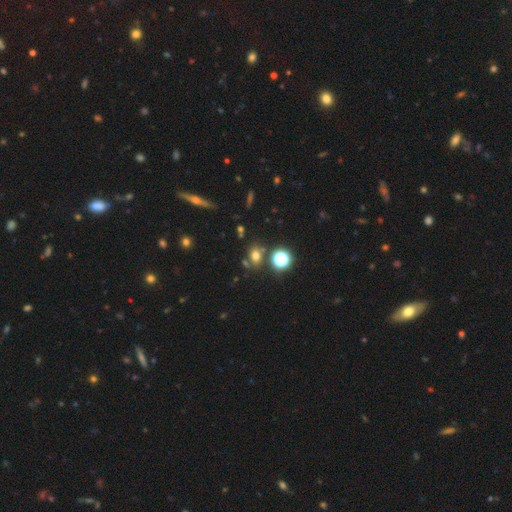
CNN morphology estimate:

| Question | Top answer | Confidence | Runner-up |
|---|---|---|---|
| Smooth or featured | smooth | 65% | star or artifact (25%) |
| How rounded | in between | 50% | round (49%) |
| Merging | none | 71% | minor disturbance (13%) |